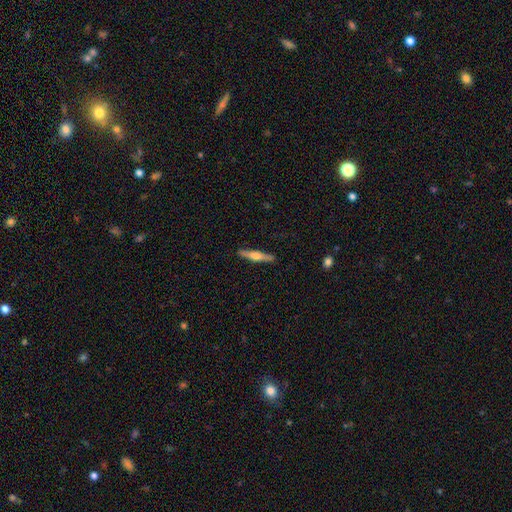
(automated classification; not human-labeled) Q: Smooth or featured?
A: featured or disk (52%); runner-up: smooth (42%)
Q: Edge-on disk?
A: yes (96%); runner-up: no (4%)
Q: Edge-on bulge?
A: rounded (86%); runner-up: boxy (8%)
Q: Merging?
A: none (90%); runner-up: minor disturbance (8%)